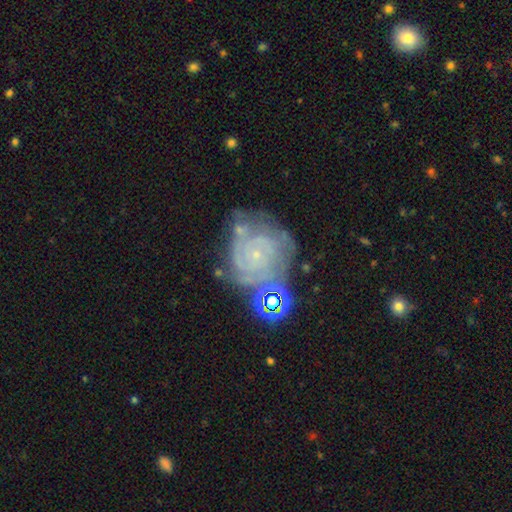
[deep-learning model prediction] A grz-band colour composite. It shows a featured or disk galaxy (81%) with no bar (79%), tight (76%) spiral arms (95%) and a small central bulge (86%). Merging: none (58%).